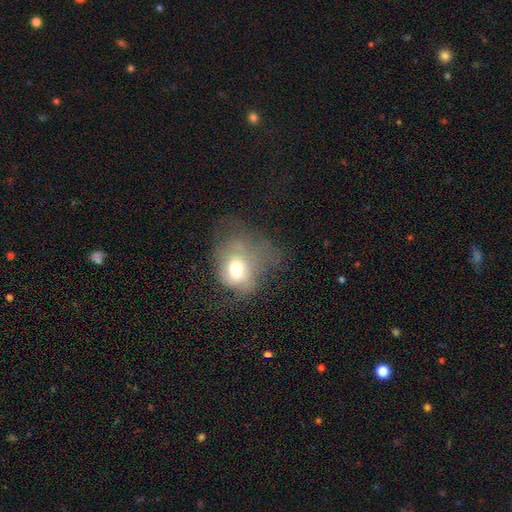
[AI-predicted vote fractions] smooth-or-featured: smooth: 50% | featured or disk: 30% | star or artifact: 21%
  merging: major disturbance: 39% | none: 34% | minor disturbance: 23% | merger: 3%